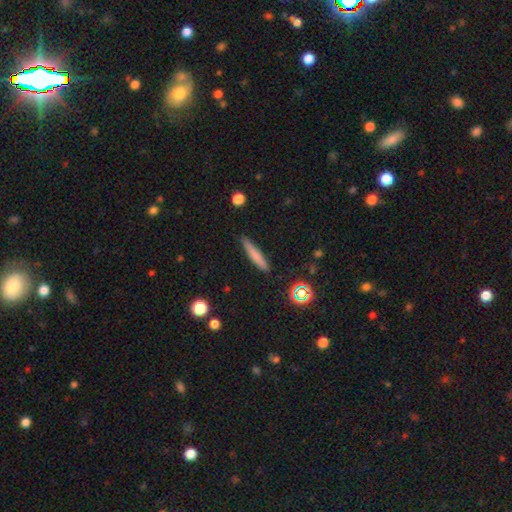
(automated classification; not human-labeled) Morphology: type=smooth (73%); roundness=cigar-shaped (92%); merging=none (88%).